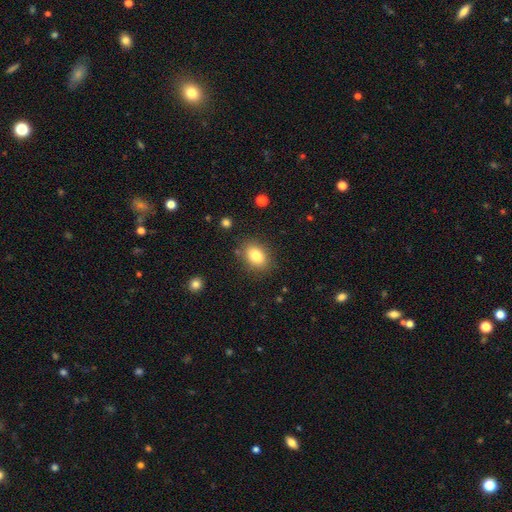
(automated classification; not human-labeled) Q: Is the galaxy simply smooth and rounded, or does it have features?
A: smooth — 84%.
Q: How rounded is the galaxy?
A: in between — 76%.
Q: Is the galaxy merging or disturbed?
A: none — 84%.